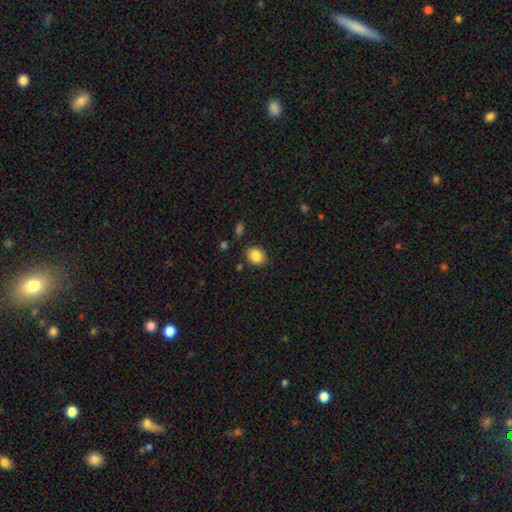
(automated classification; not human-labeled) smooth-or-featured: smooth: 86% | star or artifact: 9% | featured or disk: 6%
  how-rounded: in between: 55% | round: 44% | cigar-shaped: 1%
  merging: none: 84% | minor disturbance: 11% | major disturbance: 3% | merger: 2%